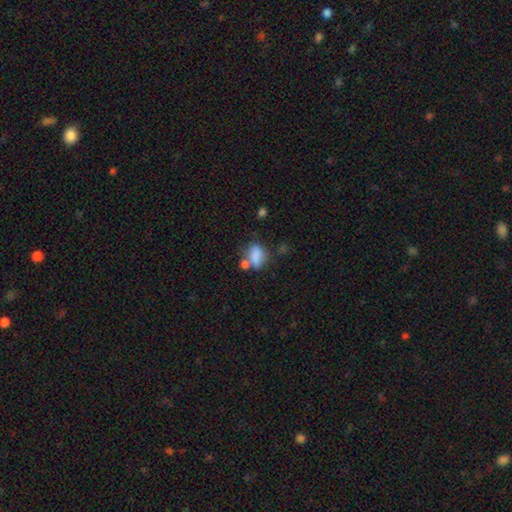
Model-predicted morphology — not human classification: The model was most divided on "merging": none: 40%, merger: 31%, minor disturbance: 19%, major disturbance: 11%. More confident: how rounded — in between (80%); smooth or featured — smooth (79%).